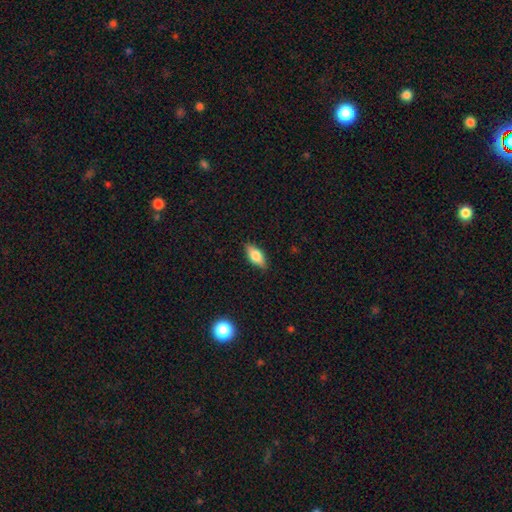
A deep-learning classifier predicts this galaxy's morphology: A smooth galaxy with no disk features (73%) that is in between round and cigar-shaped (83%).

Vote fractions:
- Smooth or featured? smooth: 73% / featured or disk: 19% / star or artifact: 7%
- How rounded? in between: 83% / cigar-shaped: 14% / round: 3%
- Merging? none: 86% / minor disturbance: 10% / major disturbance: 2% / merger: 1%